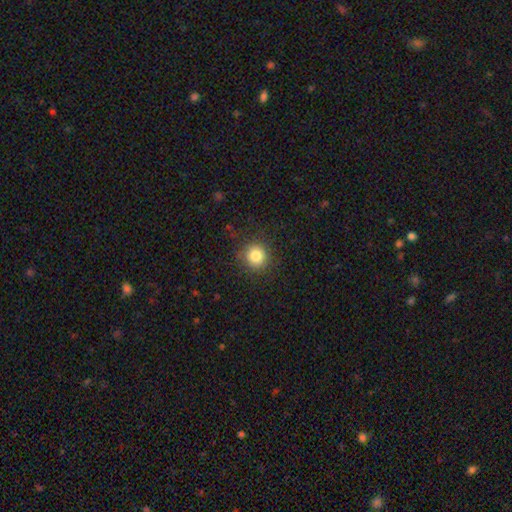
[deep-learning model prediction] smooth 82%, star or artifact 12%, featured or disk 6%. Down the decision tree: how rounded — round (94%); merging — none (88%).